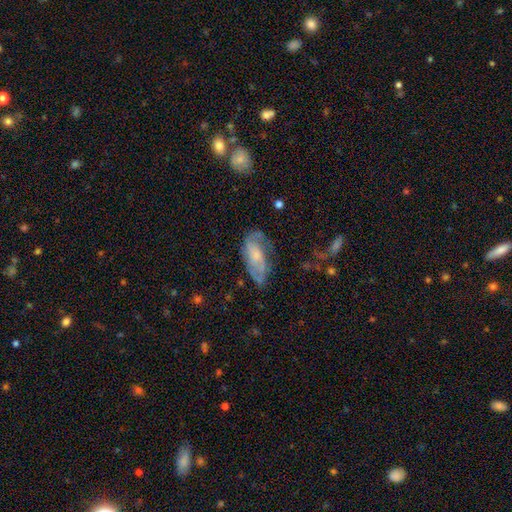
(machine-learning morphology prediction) Smooth or featured? Predicted: featured or disk (p=0.58). Edge-on disk? Predicted: no (p=0.91). Bar? Predicted: no (p=0.65). Spiral arms? Predicted: yes (p=0.77). Bulge size? Predicted: small (p=0.41). Merging? Predicted: none (p=0.51).